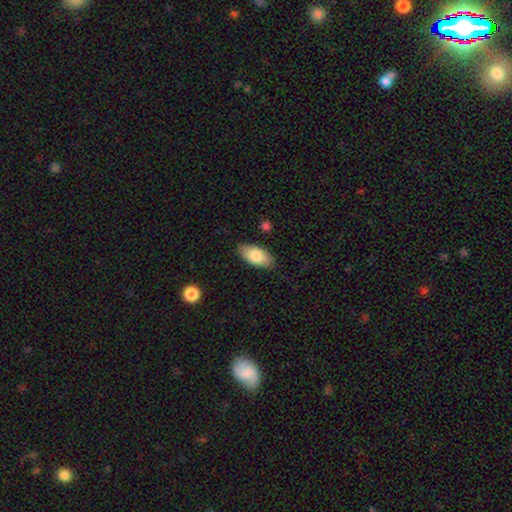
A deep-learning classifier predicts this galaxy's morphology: Smooth or featured: smooth — 81% (featured or disk — 13%)
How rounded: in between — 93% (cigar-shaped — 5%)
Merging: none — 84% (minor disturbance — 12%)